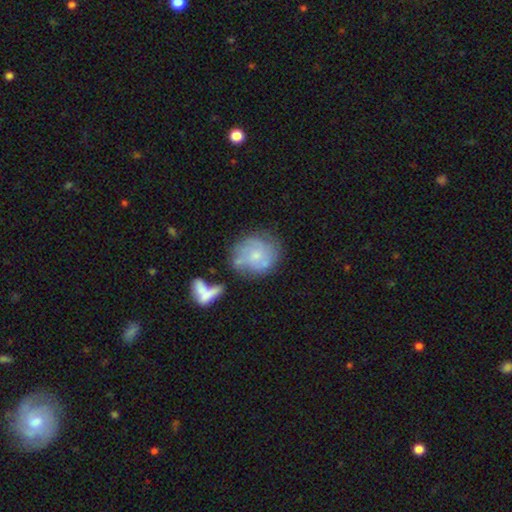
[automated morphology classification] Overall: featured or disk (54%; smooth 37%). Edge-on disk: no (97%). Bar: no (79%). Spiral arms: yes (68%; no 32%). Bulge size: small (63%; moderate 28%). Merging: none (49%; minor disturbance 21%).